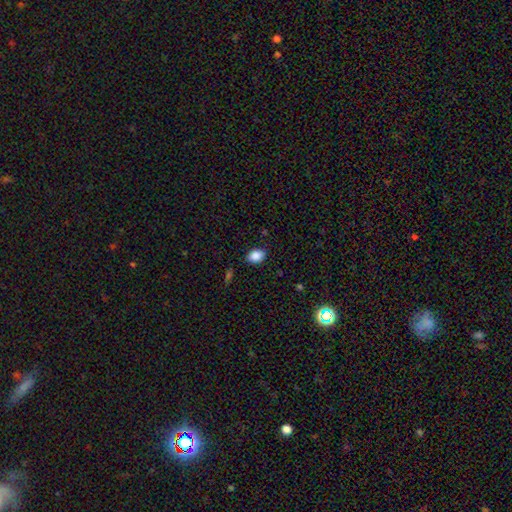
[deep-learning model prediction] This is clearly a smooth galaxy (88%). How rounded: likely in between (78%). Merging: clearly none (85%).